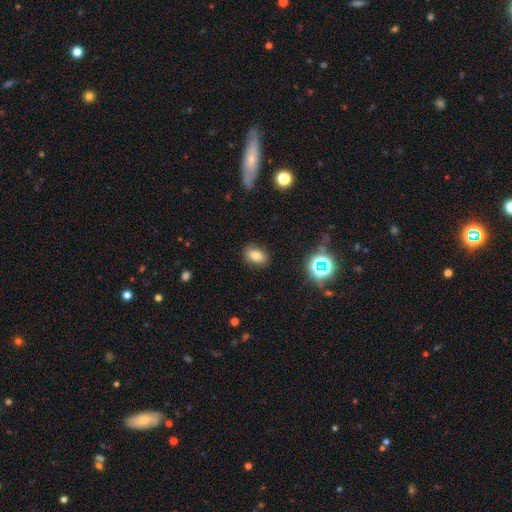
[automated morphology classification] Overall: smooth (75%). How rounded: in between (79%). Merging: none (86%).